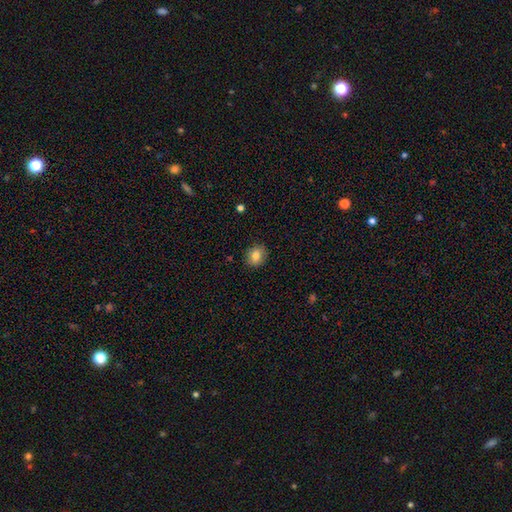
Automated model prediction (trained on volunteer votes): Smooth or featured: smooth — 82% (star or artifact — 9%)
How rounded: round — 72% (in between — 27%)
Merging: none — 89% (minor disturbance — 8%)